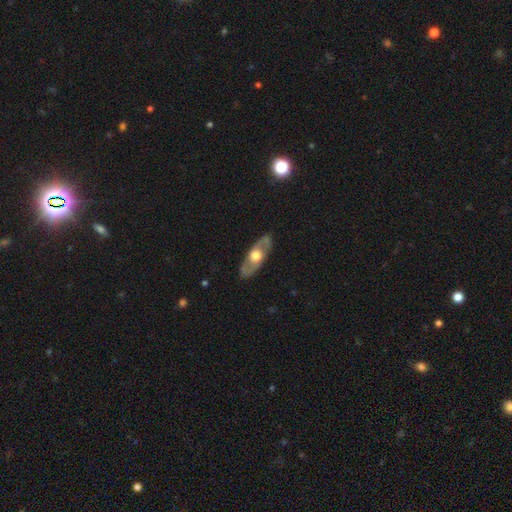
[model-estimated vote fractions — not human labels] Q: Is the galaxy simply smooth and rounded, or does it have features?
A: featured or disk — 61%.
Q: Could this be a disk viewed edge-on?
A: no — 69%.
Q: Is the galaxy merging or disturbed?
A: none — 85%.